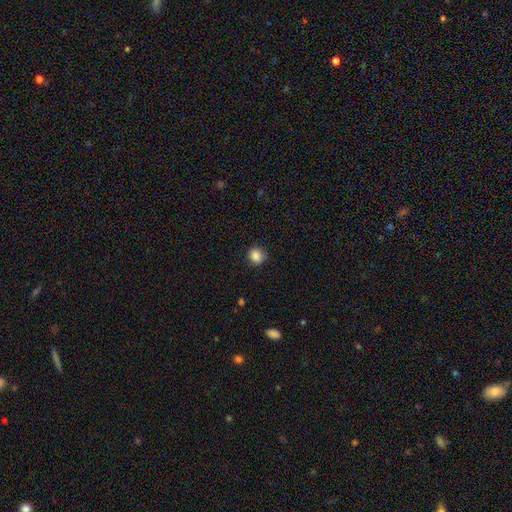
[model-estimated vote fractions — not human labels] The model was most divided on "how rounded": round: 85%, in between: 14%, cigar-shaped: 1%. More confident: merging — none (86%); smooth or featured — smooth (86%).